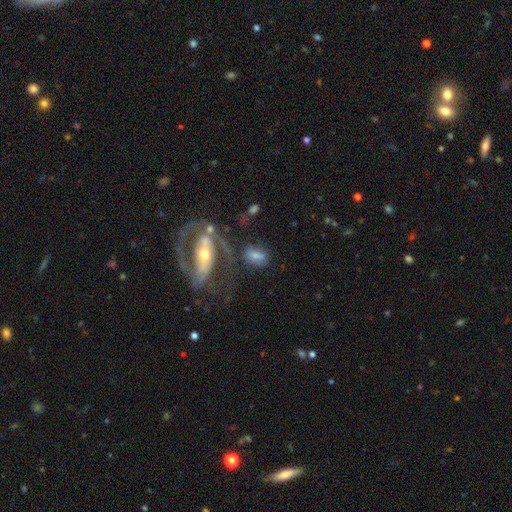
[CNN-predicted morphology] Smooth or featured?
  - smooth: 52% *
  - featured or disk: 38%
  - star or artifact: 10%
How rounded?
  - in between: 80% *
  - round: 13%
  - cigar-shaped: 7%
Merging?
  - none: 45% *
  - merger: 20%
  - minor disturbance: 18%
  - major disturbance: 16%